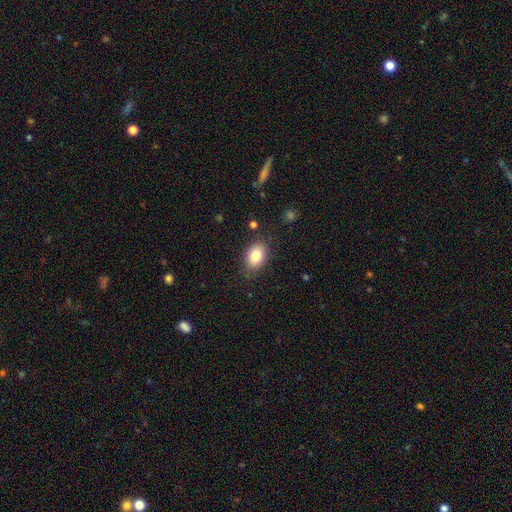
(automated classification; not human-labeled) This appears to be a smooth galaxy with no disk features (81%) that is in between round and cigar-shaped (80%). Merging: none (83%).